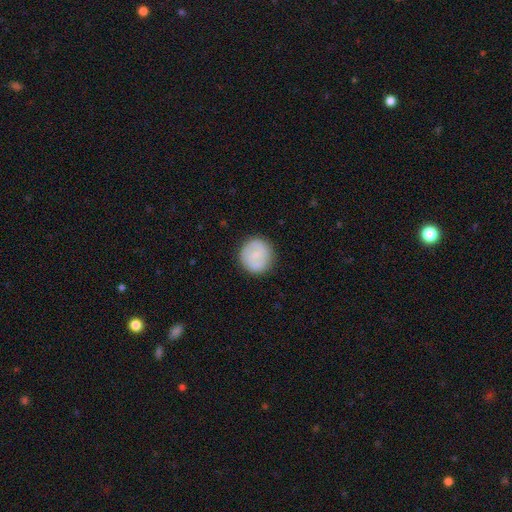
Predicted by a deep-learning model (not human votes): A smooth galaxy with no disk features (58%) that is round (92%).

Vote fractions:
- Smooth or featured? smooth: 58% / featured or disk: 35% / star or artifact: 6%
- How rounded? round: 92% / in between: 7% / cigar-shaped: 1%
- Merging? none: 87% / minor disturbance: 9% / major disturbance: 3% / merger: 1%